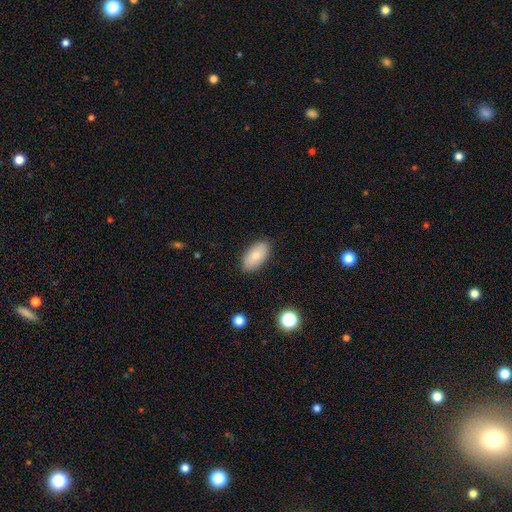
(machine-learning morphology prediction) Q: Smooth or featured?
A: smooth (75%); runner-up: featured or disk (18%)
Q: How rounded?
A: in between (94%); runner-up: round (4%)
Q: Merging?
A: none (86%); runner-up: minor disturbance (11%)